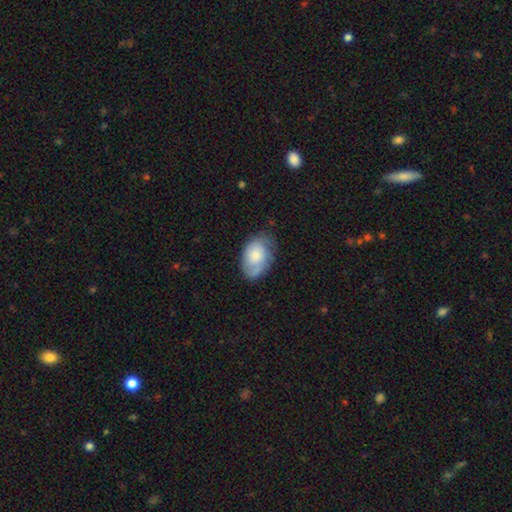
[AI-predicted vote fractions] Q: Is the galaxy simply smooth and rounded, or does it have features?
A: smooth — 64%.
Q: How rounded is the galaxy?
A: in between — 87%.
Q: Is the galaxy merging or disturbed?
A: none — 64%.